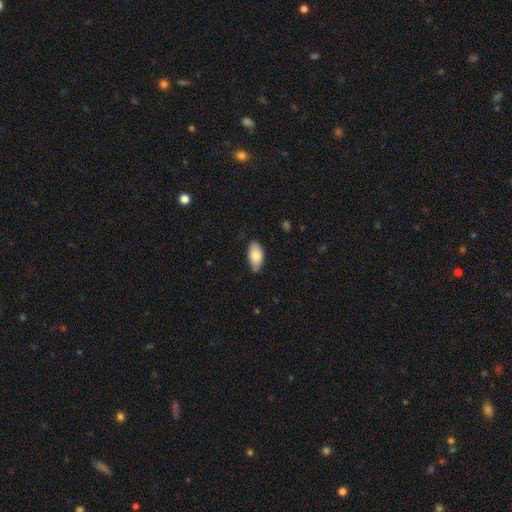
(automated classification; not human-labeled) Smooth or featured: smooth — 82% (featured or disk — 12%)
How rounded: in between — 94% (round — 3%)
Merging: none — 69% (minor disturbance — 26%)